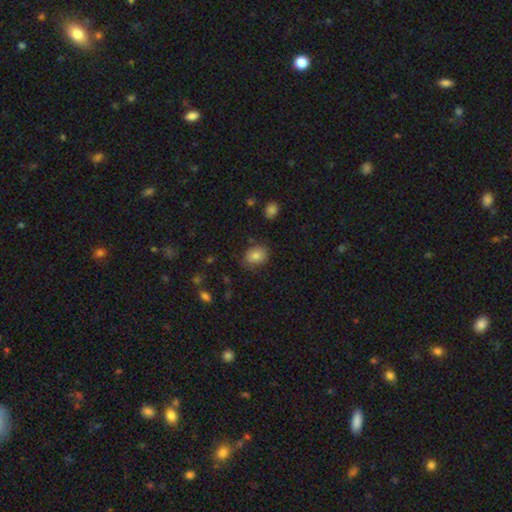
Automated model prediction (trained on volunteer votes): Smooth or featured: smooth — 81% (star or artifact — 9%)
How rounded: in between — 56% (round — 44%)
Merging: none — 76% (minor disturbance — 18%)